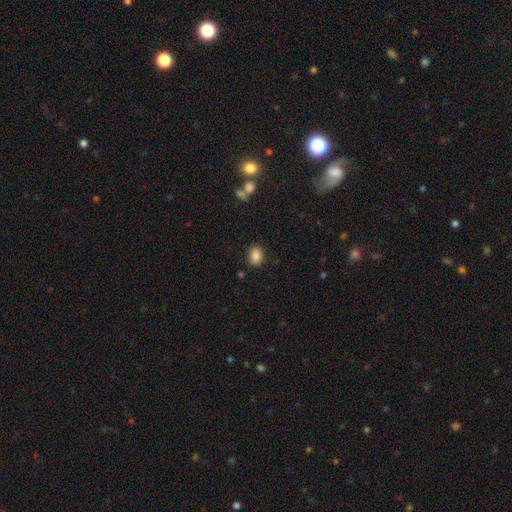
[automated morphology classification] The model was most divided on "how rounded": in between: 72%, round: 27%, cigar-shaped: 1%. More confident: merging — none (87%); smooth or featured — smooth (87%).